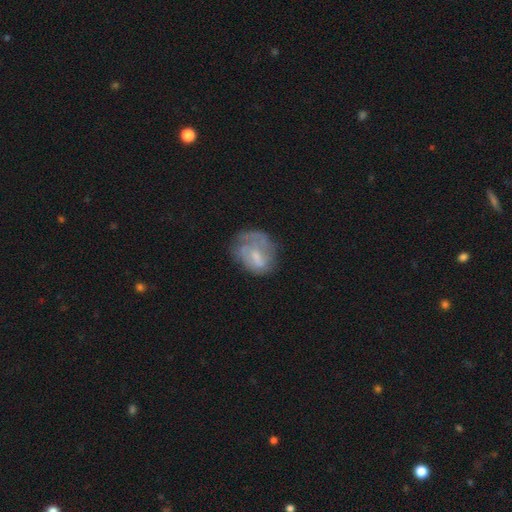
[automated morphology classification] featured or disk 52%, smooth 40%, star or artifact 8%. Down the decision tree: edge-on disk — no (97%); bar — no (48%); spiral arms — no (50%, tied with yes); bulge size — small (43%); merging — none (46%).